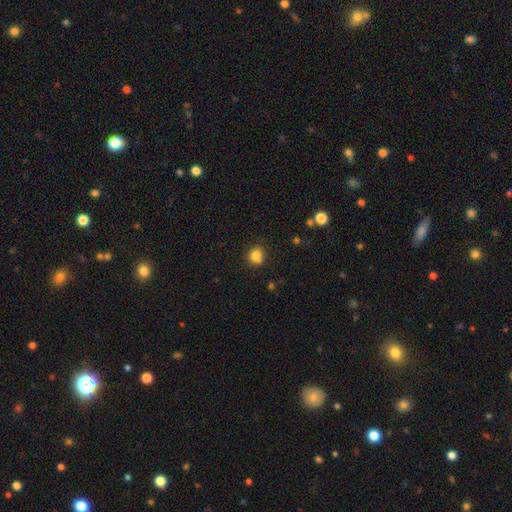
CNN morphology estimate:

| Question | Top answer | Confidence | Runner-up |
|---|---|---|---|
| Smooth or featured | smooth | 82% | star or artifact (12%) |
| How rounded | round | 81% | in between (19%) |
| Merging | none | 74% | minor disturbance (16%) |